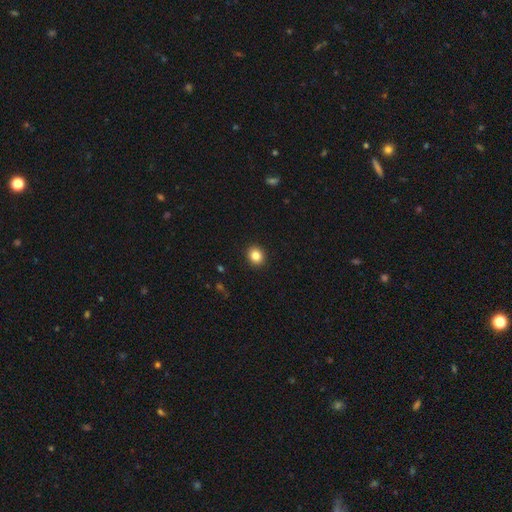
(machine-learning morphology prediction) smooth-or-featured: smooth: 84% | star or artifact: 11% | featured or disk: 5%
  how-rounded: round: 74% | in between: 25% | cigar-shaped: 1%
  merging: none: 92% | minor disturbance: 5% | major disturbance: 2% | merger: 1%